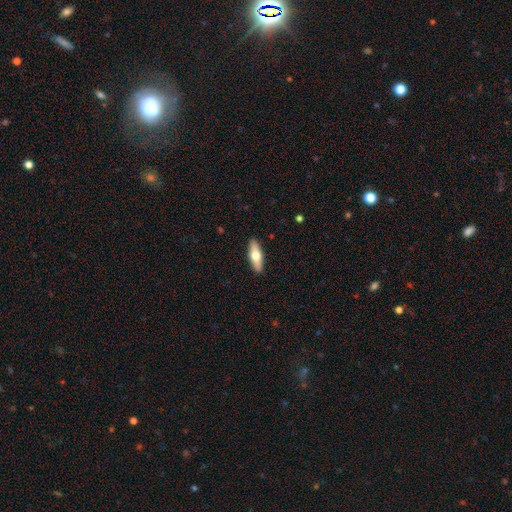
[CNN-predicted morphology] This is possibly a smooth galaxy (59%). How rounded: possibly in between (57%). Merging: clearly none (90%).